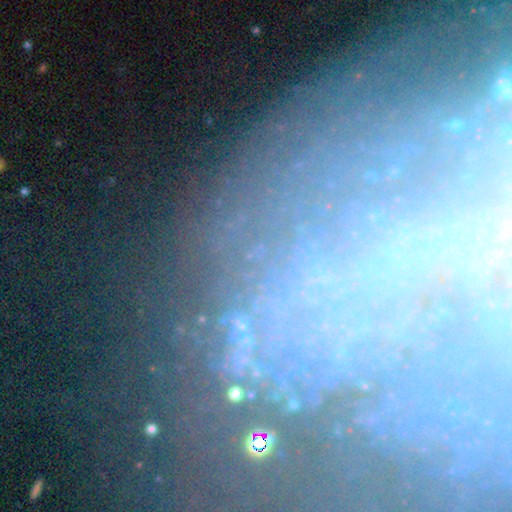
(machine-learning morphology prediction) The model was most divided on "smooth or featured": featured or disk: 48%, star or artifact: 36%, smooth: 16%. More confident: merging — none (71%).